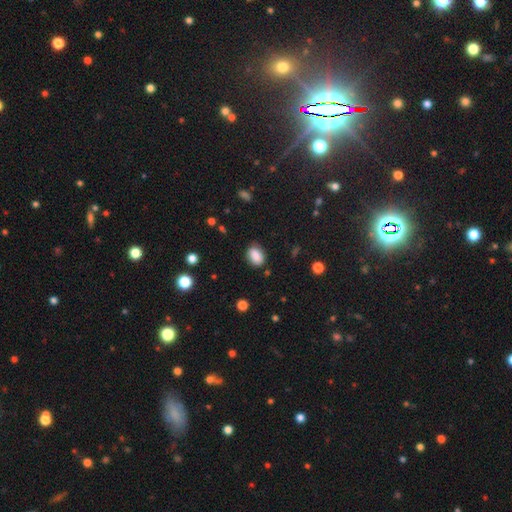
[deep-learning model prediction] Overall: smooth (86%). How rounded: in between (79%). Merging: none (81%).